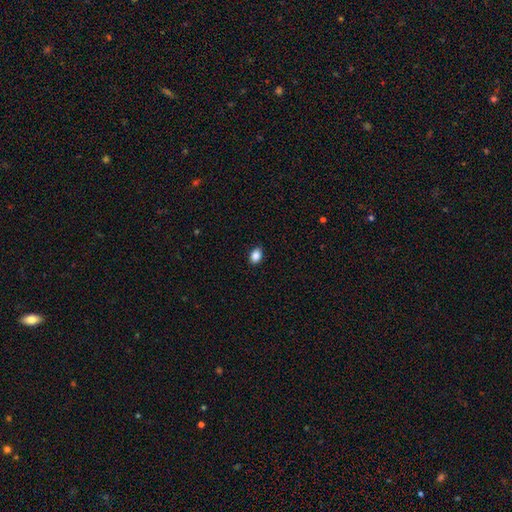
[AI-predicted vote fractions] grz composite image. It shows a smooth galaxy with no disk features (86%) that is in between round and cigar-shaped (80%). Merging: none (89%).